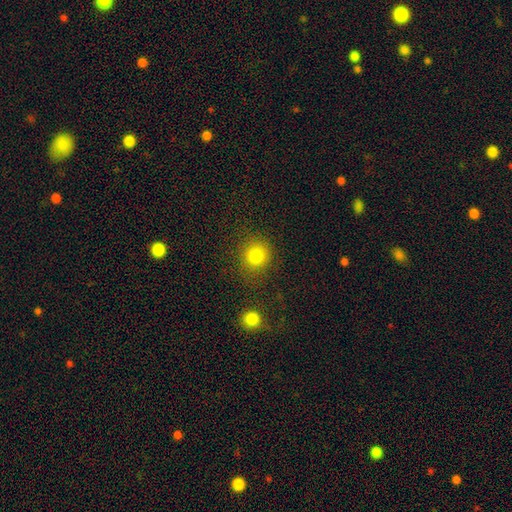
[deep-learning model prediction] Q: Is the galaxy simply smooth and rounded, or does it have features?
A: smooth — 83%.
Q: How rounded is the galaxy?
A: round — 88%.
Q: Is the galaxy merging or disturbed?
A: none — 81%.